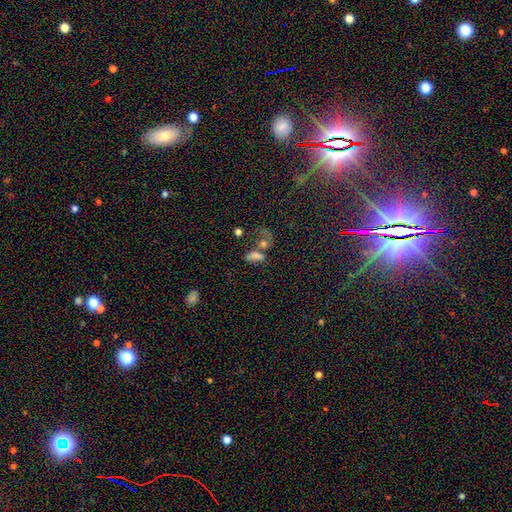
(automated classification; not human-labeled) A smooth galaxy with no disk features (64%) that is in between round and cigar-shaped (75%).

Vote fractions:
- Smooth or featured? smooth: 64% / featured or disk: 19% / star or artifact: 17%
- How rounded? in between: 75% / cigar-shaped: 14% / round: 12%
- Merging? merger: 46% / none: 26% / major disturbance: 16% / minor disturbance: 12%